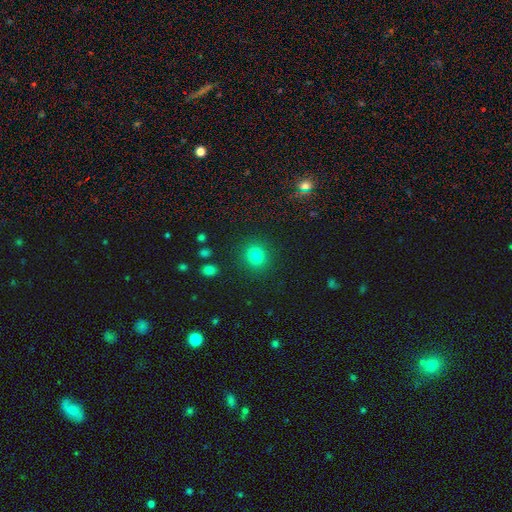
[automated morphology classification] Smooth or featured?
  - smooth: 81% *
  - star or artifact: 13%
  - featured or disk: 6%
How rounded?
  - round: 76% *
  - in between: 23%
  - cigar-shaped: 1%
Merging?
  - none: 88% *
  - minor disturbance: 7%
  - major disturbance: 3%
  - merger: 2%